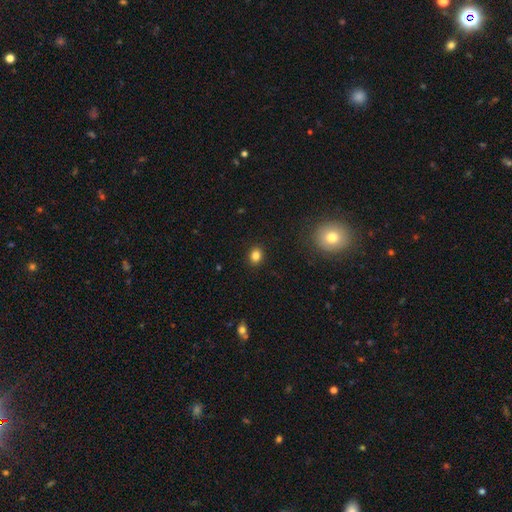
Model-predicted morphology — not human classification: Overall: smooth (83%). How rounded: round (63%; in between 37%). Merging: none (90%).